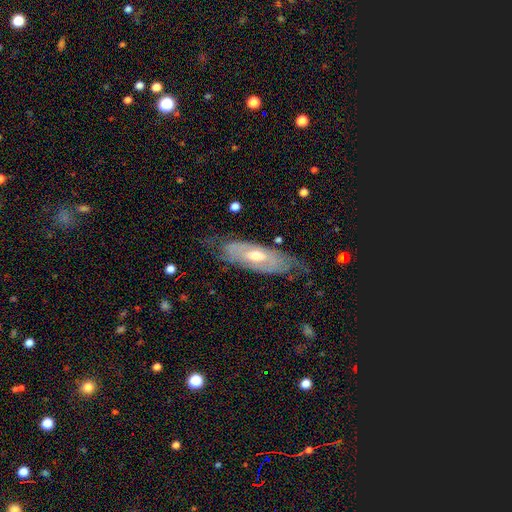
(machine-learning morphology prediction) type=featured or disk (74%); edge-on=no (76%); bar=no (58%); spiral arms=yes (72%); bulge=moderate (66%); merging=none (69%).